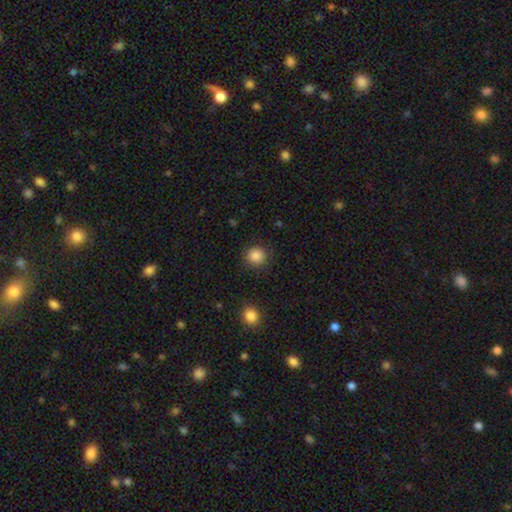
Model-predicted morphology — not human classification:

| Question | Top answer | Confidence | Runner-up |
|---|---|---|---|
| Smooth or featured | smooth | 87% | star or artifact (10%) |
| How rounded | round | 91% | in between (8%) |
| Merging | none | 89% | minor disturbance (7%) |